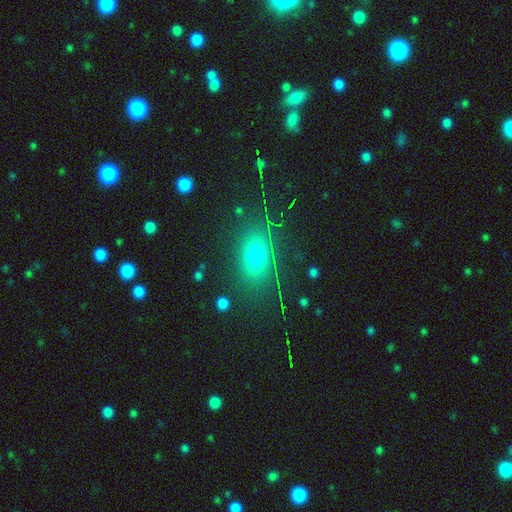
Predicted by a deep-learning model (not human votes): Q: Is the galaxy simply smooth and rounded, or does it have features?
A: smooth — 63%.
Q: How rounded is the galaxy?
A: in between — 72%.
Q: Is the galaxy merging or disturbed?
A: none — 83%.